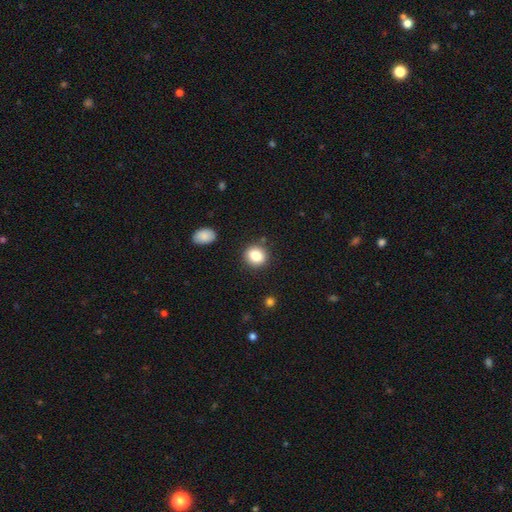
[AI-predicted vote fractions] Smooth or featured: smooth — 84% (star or artifact — 10%)
How rounded: round — 76% (in between — 23%)
Merging: none — 87% (minor disturbance — 8%)